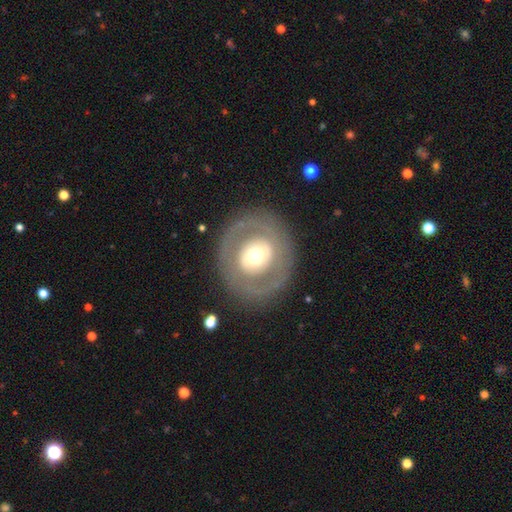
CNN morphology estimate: smooth_or_featured: featured or disk (p=0.55) [alt: smooth p=0.38]
disk_edge_on: no (p=0.95) [alt: yes p=0.05]
bar: no (p=0.78) [alt: weak p=0.14]
has_spiral_arms: no (p=0.84) [alt: yes p=0.16]
bulge_size: moderate (p=0.54) [alt: large p=0.33]
merging: none (p=0.83) [alt: minor disturbance p=0.09]